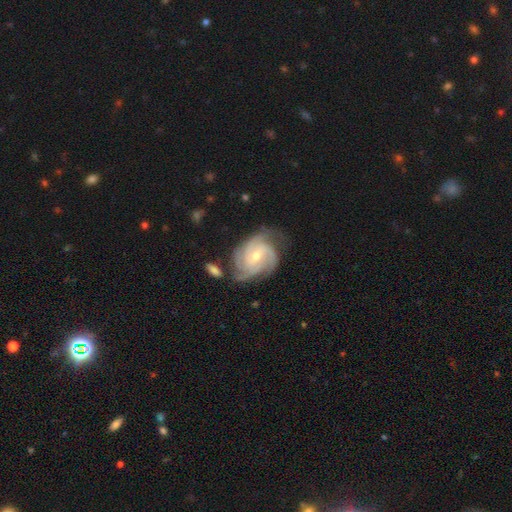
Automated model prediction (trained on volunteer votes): Smooth or featured?
  - featured or disk: 87% *
  - smooth: 8%
  - star or artifact: 5%
Edge-on disk?
  - no: 98% *
  - yes: 2%
Bar?
  - no: 53% *
  - weak: 39%
  - strong: 8%
Spiral arms?
  - yes: 97% *
  - no: 3%
Spiral winding?
  - tight: 58% *
  - medium: 35%
  - loose: 7%
Spiral arm count?
  - 3: 38% *
  - 4: 26%
  - can't tell: 15%
  - 2: 11%
  - more than 4: 5%
  - 1: 5%
Bulge size?
  - small: 55% *
  - moderate: 42%
  - large: 1%
  - none: 1%
  - dominant: 1%
Merging?
  - none: 64% *
  - minor disturbance: 23%
  - major disturbance: 10%
  - merger: 4%